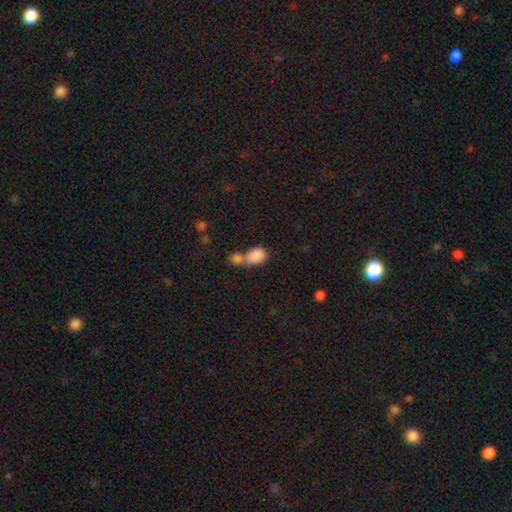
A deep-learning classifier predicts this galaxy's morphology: This appears to be a smooth galaxy with no disk features (86%) that is in between round and cigar-shaped (80%). Merging: merger (58%).